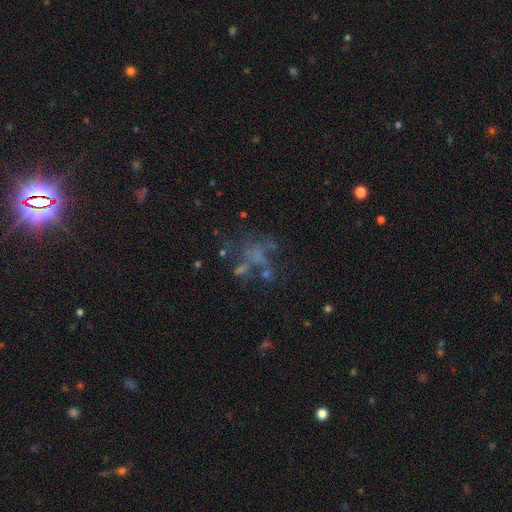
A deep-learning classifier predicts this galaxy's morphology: This is marginally a featured or disk galaxy (45%). Merging: marginally none (41%).